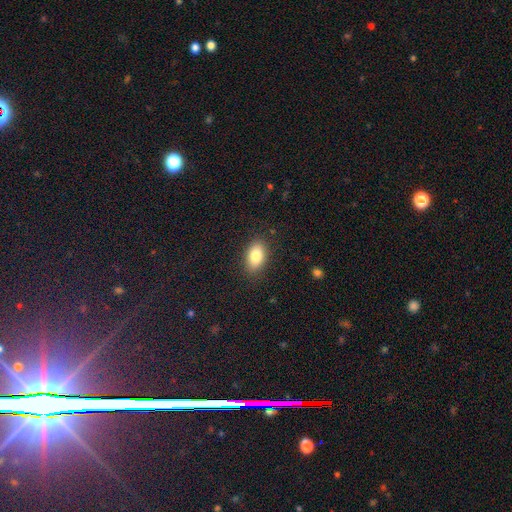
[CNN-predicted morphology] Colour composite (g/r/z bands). It shows a smooth galaxy with no disk features (83%) that is in between round and cigar-shaped (90%). Merging: none (87%).